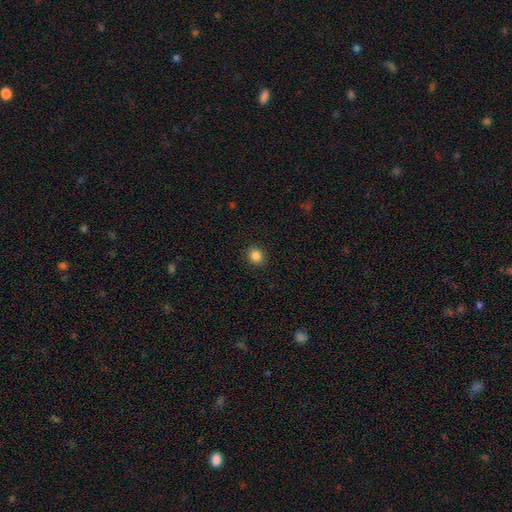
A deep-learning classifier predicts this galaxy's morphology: This is clearly a smooth galaxy (85%). How rounded: likely round (75%). Merging: clearly none (92%).